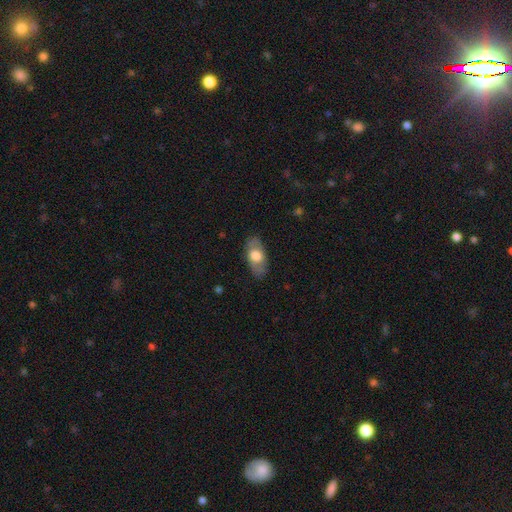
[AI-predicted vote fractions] Smooth or featured: smooth — 62% (featured or disk — 32%)
How rounded: in between — 89% (cigar-shaped — 6%)
Merging: none — 81% (minor disturbance — 15%)